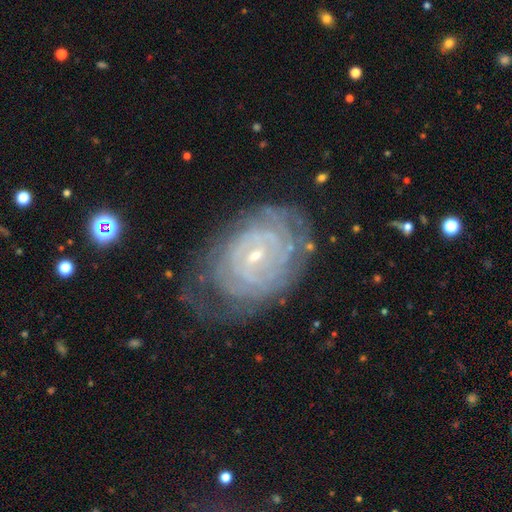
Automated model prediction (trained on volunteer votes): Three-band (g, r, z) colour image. It shows a featured or disk galaxy (85%) with a weak bar (45%), tight (82%) spiral arms (93%) and a small central bulge (78%). Merging: none (67%).